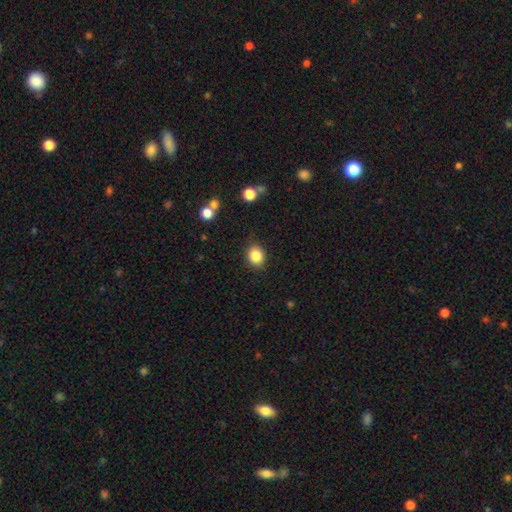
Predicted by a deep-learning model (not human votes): Smooth or featured? Predicted: smooth (p=0.85). How rounded? Predicted: round (p=0.62). Merging? Predicted: none (p=0.85).